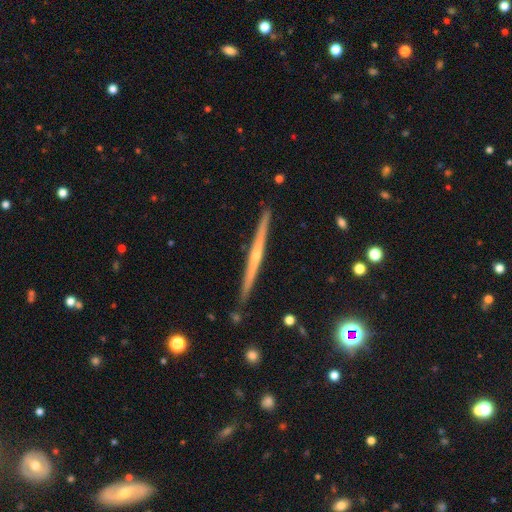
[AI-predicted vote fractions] Smooth or featured? featured or disk (76%)
Edge-on disk? yes (98%)
Edge-on bulge? rounded (55%)
Merging? none (91%)